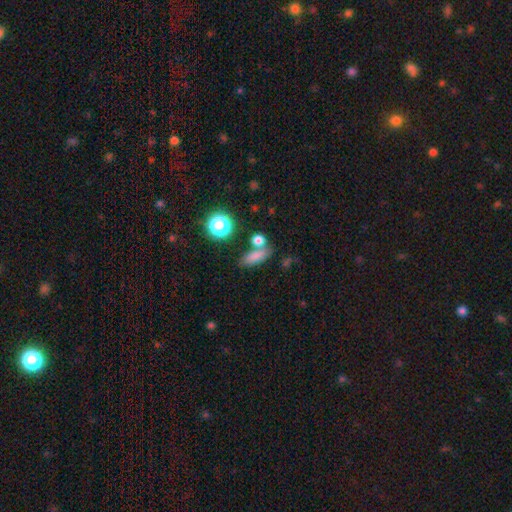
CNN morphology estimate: type=smooth (78%); roundness=in between (60%); merging=none (61%).